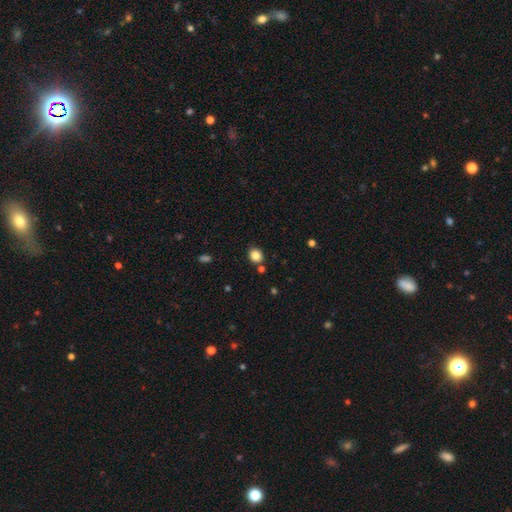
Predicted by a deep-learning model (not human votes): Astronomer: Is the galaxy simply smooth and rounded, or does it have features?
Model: smooth — 84%.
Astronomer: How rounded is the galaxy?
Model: round — 70%.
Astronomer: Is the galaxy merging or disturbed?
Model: none — 78%.